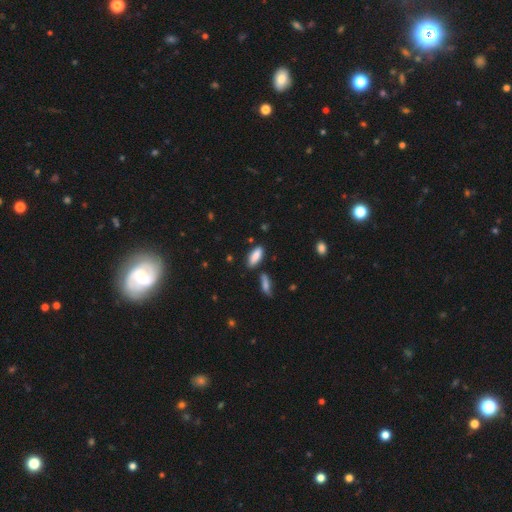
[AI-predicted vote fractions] Smooth or featured?
  - smooth: 86% *
  - featured or disk: 7%
  - star or artifact: 7%
How rounded?
  - in between: 76% *
  - cigar-shaped: 22%
  - round: 2%
Merging?
  - none: 80% *
  - minor disturbance: 12%
  - merger: 6%
  - major disturbance: 3%